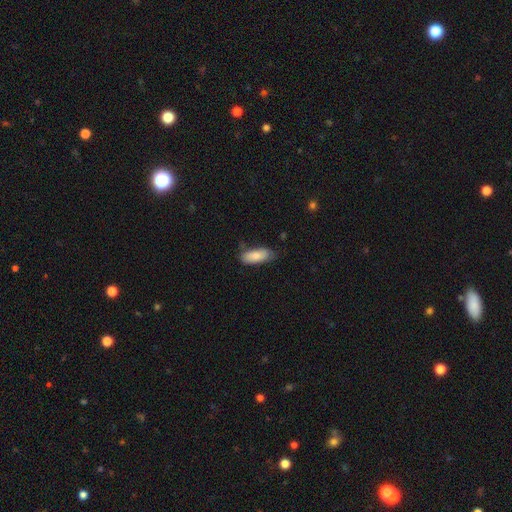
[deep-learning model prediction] Smooth or featured: smooth — 83% (featured or disk — 11%)
How rounded: in between — 78% (cigar-shaped — 20%)
Merging: none — 66% (minor disturbance — 26%)